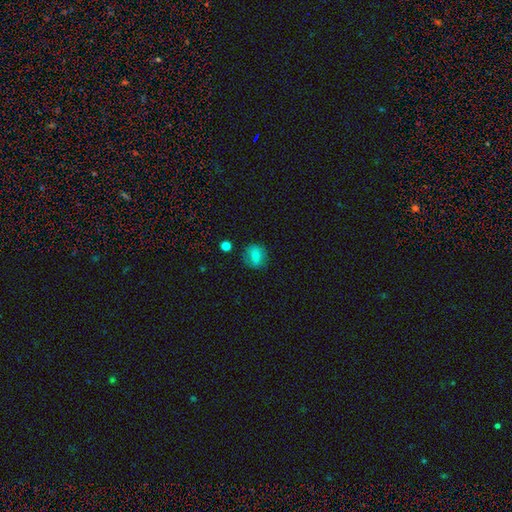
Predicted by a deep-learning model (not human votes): smooth_or_featured: smooth (p=0.75) [alt: featured or disk p=0.15]
how_rounded: round (p=0.79) [alt: in between p=0.20]
merging: none (p=0.80) [alt: minor disturbance p=0.14]